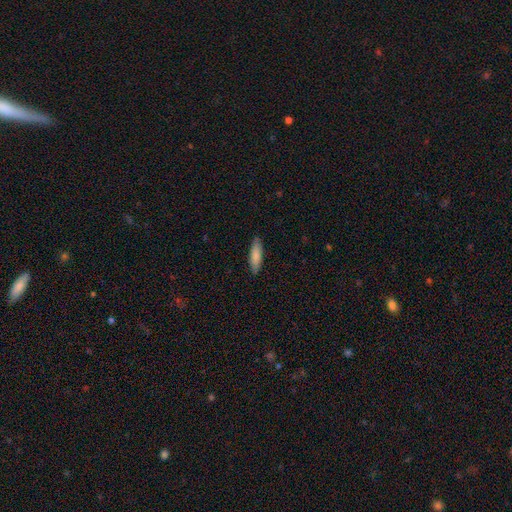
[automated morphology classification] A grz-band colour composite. It shows a smooth galaxy with no disk features (83%) that is cigar-shaped (59%). Merging: none (85%).